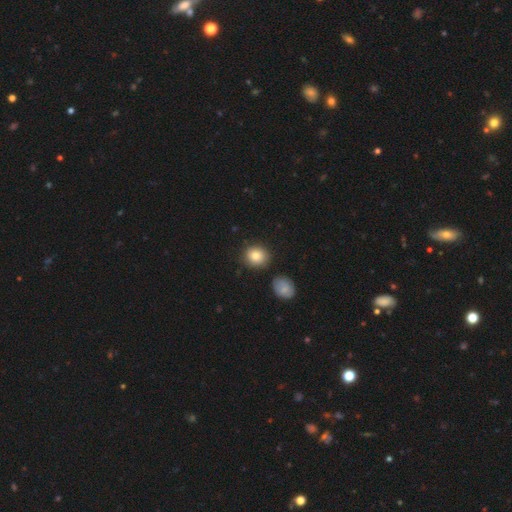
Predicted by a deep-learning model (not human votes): Smooth or featured: smooth — 85% (star or artifact — 9%)
How rounded: round — 78% (in between — 21%)
Merging: none — 82% (minor disturbance — 11%)